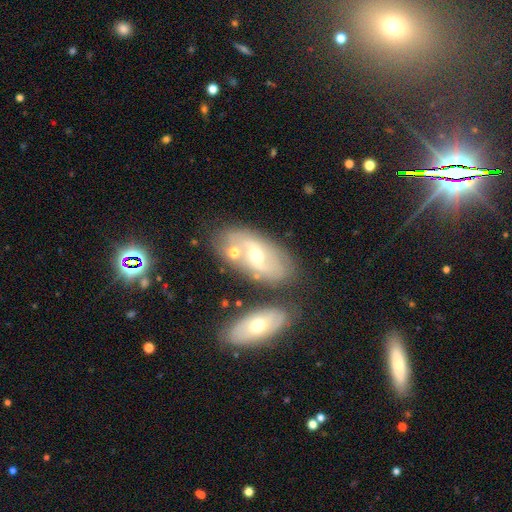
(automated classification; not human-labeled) Smooth or featured? Predicted: featured or disk (p=0.64). Edge-on disk? Predicted: no (p=0.90). Bar? Predicted: weak (p=0.41). Spiral arms? Predicted: yes (p=0.61). Bulge size? Predicted: moderate (p=0.64). Merging? Predicted: none (p=0.62).